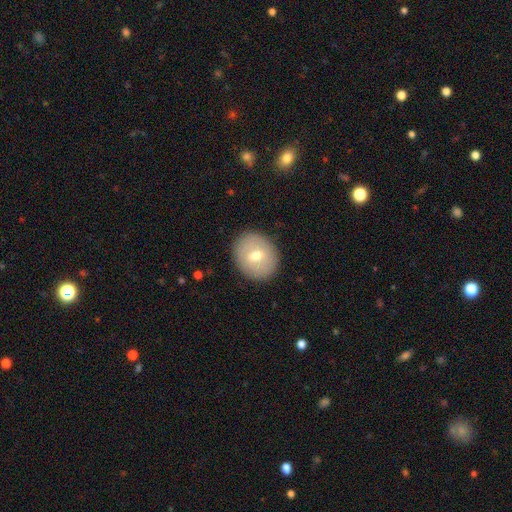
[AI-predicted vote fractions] Overall: smooth (62%; featured or disk 30%). How rounded: round (72%). Merging: none (88%).